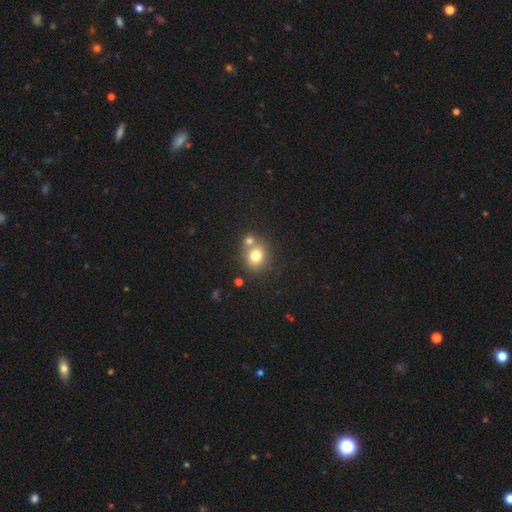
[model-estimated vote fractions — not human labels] A smooth galaxy with no disk features (76%) that is round (76%).

Vote fractions:
- Smooth or featured? smooth: 76% / star or artifact: 12% / featured or disk: 12%
- How rounded? round: 76% / in between: 23% / cigar-shaped: 1%
- Merging? none: 59% / merger: 29% / minor disturbance: 9% / major disturbance: 3%